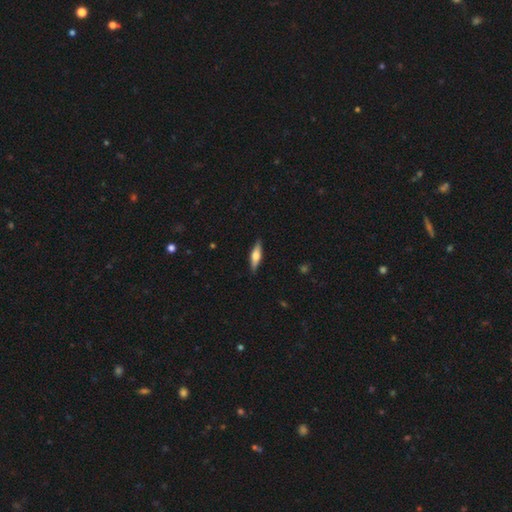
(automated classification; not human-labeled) smooth_or_featured: featured or disk (p=0.49) [alt: smooth p=0.45]
merging: none (p=0.89) [alt: minor disturbance p=0.08]